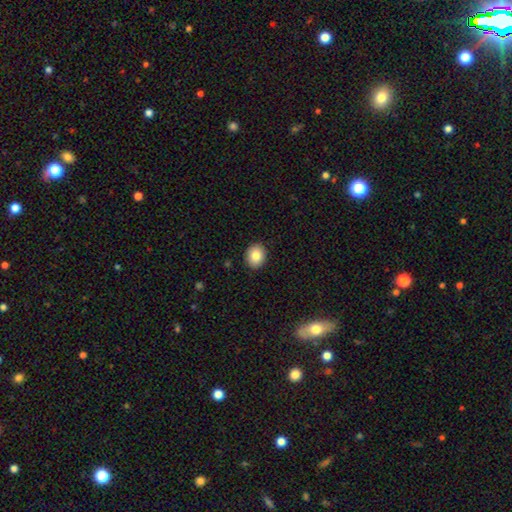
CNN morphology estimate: Smooth or featured?
  - smooth: 84% *
  - star or artifact: 9%
  - featured or disk: 8%
How rounded?
  - round: 59% *
  - in between: 41%
  - cigar-shaped: 1%
Merging?
  - none: 91% *
  - minor disturbance: 7%
  - major disturbance: 2%
  - merger: 1%